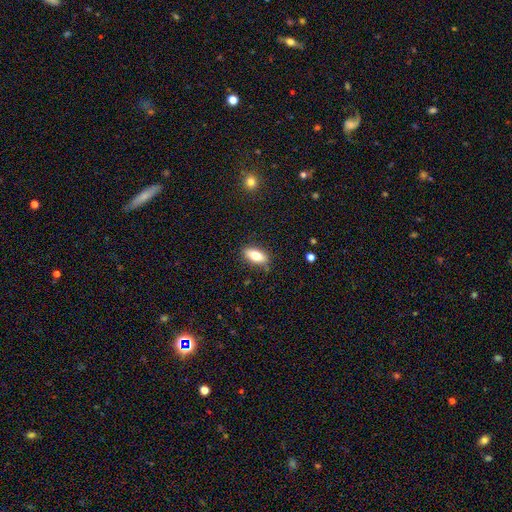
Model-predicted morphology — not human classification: This is likely a smooth galaxy (74%). How rounded: clearly in between (82%). Merging: clearly none (83%).